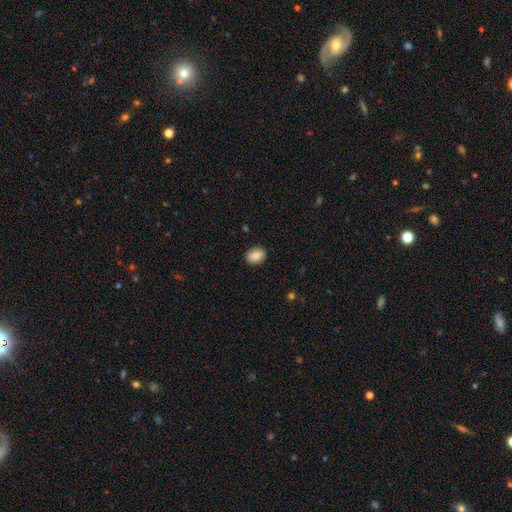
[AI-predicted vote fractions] Smooth or featured?
  - smooth: 87% *
  - star or artifact: 8%
  - featured or disk: 6%
How rounded?
  - in between: 68% *
  - round: 31%
  - cigar-shaped: 1%
Merging?
  - none: 88% *
  - minor disturbance: 9%
  - major disturbance: 2%
  - merger: 1%